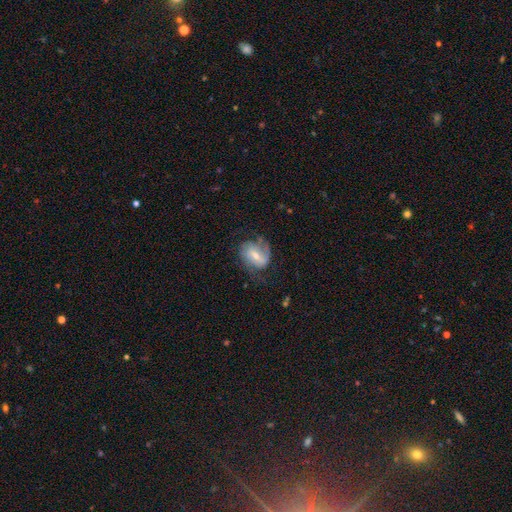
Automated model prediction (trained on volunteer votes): This appears to be a featured or disk galaxy (74%) with a weak bar (49%), 2 (70%) medium (44%) spiral arms (90%) and a small central bulge (47%, tied with moderate). Merging: none (59%).